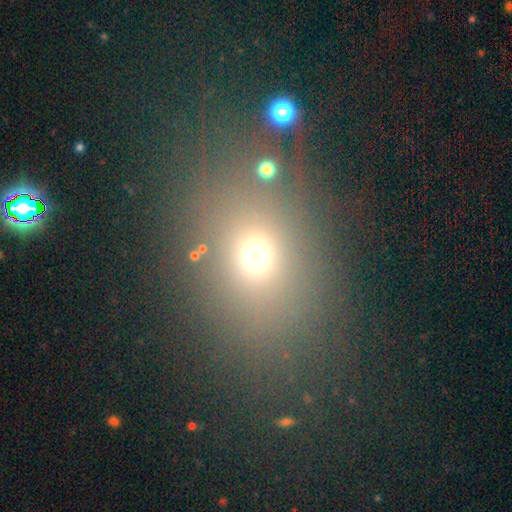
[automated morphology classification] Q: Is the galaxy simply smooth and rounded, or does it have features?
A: smooth — 65%.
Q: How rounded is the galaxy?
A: in between — 52%.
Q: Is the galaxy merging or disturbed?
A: none — 75%.